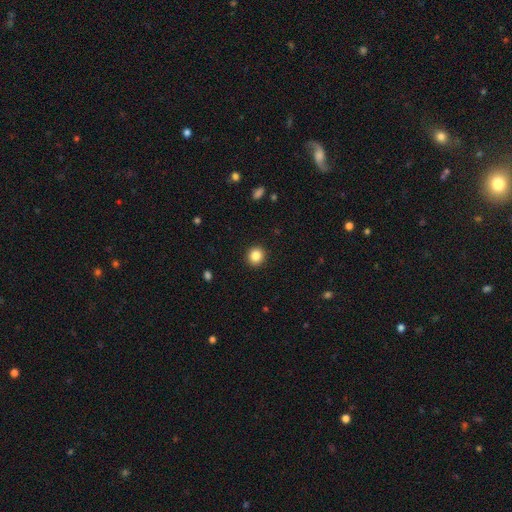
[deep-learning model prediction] Smooth or featured? Predicted: smooth (p=0.85). How rounded? Predicted: round (p=0.90). Merging? Predicted: none (p=0.92).